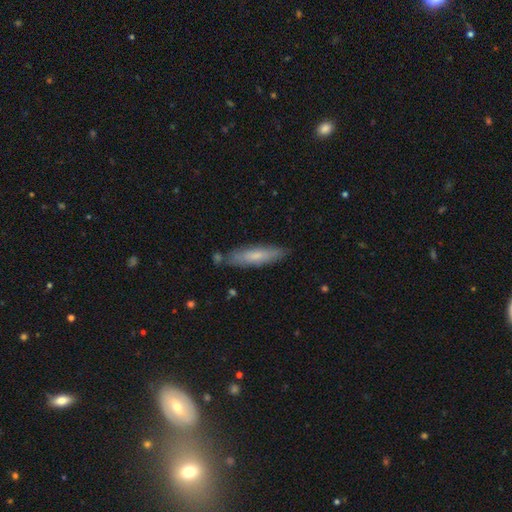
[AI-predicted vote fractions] smooth-or-featured: smooth: 65% | featured or disk: 29% | star or artifact: 6%
  how-rounded: cigar-shaped: 75% | in between: 23% | round: 1%
  merging: none: 80% | minor disturbance: 14% | merger: 4% | major disturbance: 3%